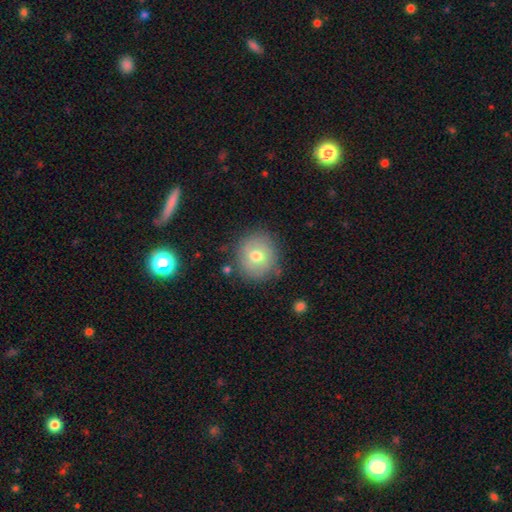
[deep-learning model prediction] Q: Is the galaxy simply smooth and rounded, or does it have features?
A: smooth — 62%.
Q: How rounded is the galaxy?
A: round — 81%.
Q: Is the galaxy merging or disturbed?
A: none — 80%.